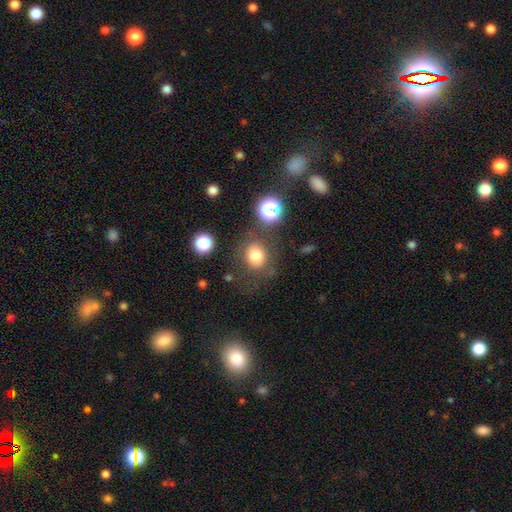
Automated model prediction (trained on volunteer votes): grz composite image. It shows a smooth galaxy with no disk features (77%) that is round (72%). Merging: none (72%).